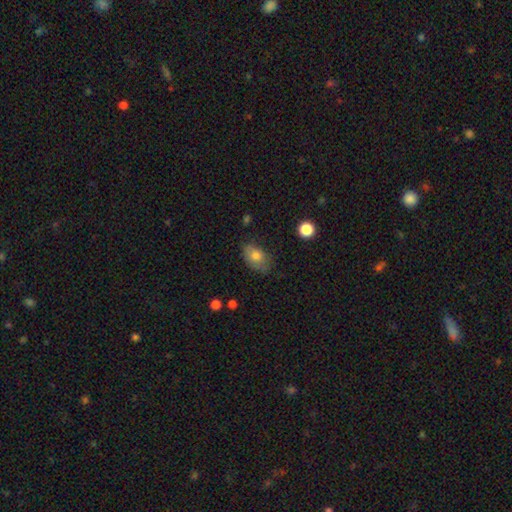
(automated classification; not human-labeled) Smooth or featured? Predicted: smooth (p=0.75). How rounded? Predicted: in between (p=0.84). Merging? Predicted: none (p=0.61).